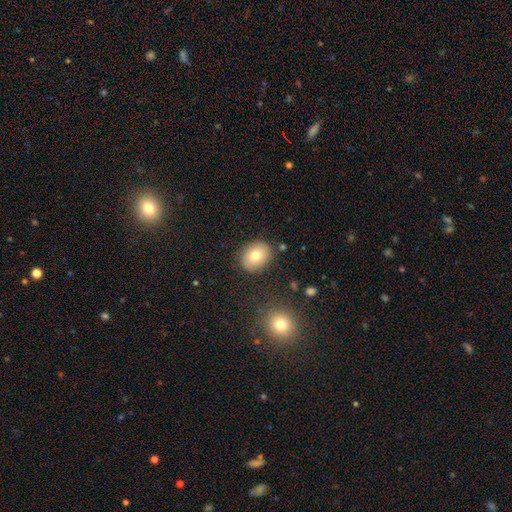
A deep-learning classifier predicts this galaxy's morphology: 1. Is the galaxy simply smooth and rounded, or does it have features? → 76% smooth, 15% featured or disk, 10% star or artifact.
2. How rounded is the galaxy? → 54% in between, 45% round, 1% cigar-shaped.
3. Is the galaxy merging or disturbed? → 84% none, 11% minor disturbance, 3% major disturbance, 3% merger.